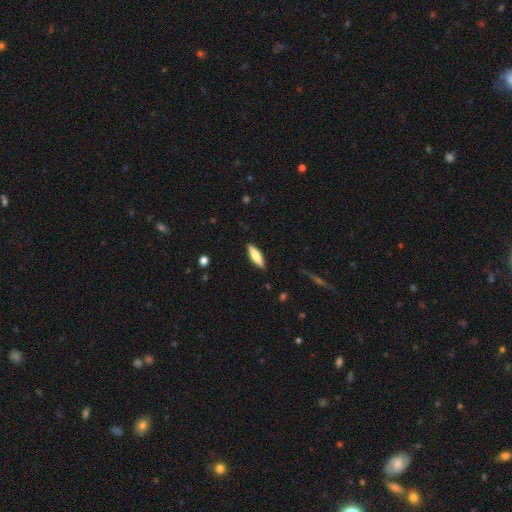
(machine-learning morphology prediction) Smooth or featured? smooth (73%)
How rounded? cigar-shaped (61%)
Merging? none (88%)